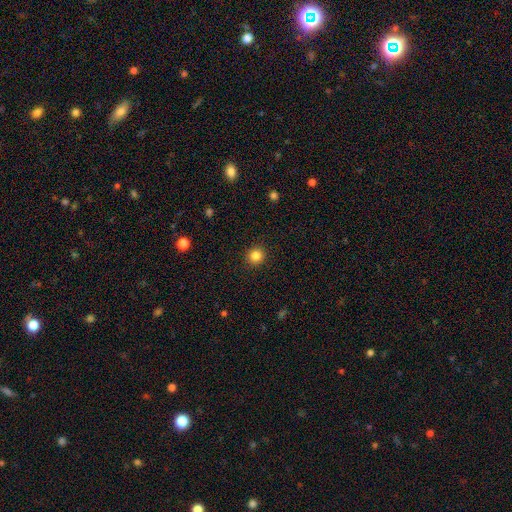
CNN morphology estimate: A smooth galaxy with no disk features (84%) that is round (91%).

Vote fractions:
- Smooth or featured? smooth: 84% / star or artifact: 11% / featured or disk: 4%
- How rounded? round: 91% / in between: 8% / cigar-shaped: 1%
- Merging? none: 92% / minor disturbance: 5% / major disturbance: 2% / merger: 1%